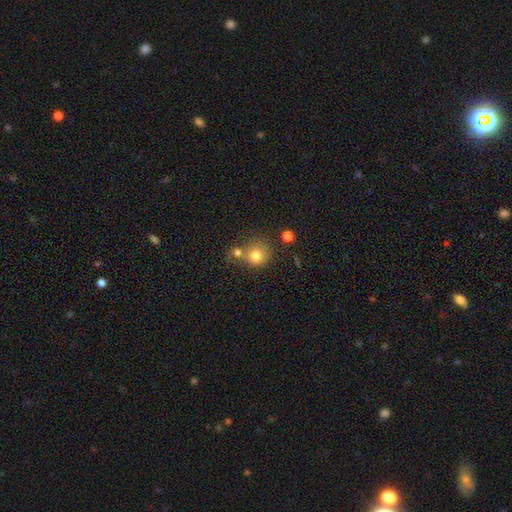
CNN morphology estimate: type=smooth (78%); roundness=round (88%); merging=none (54%).